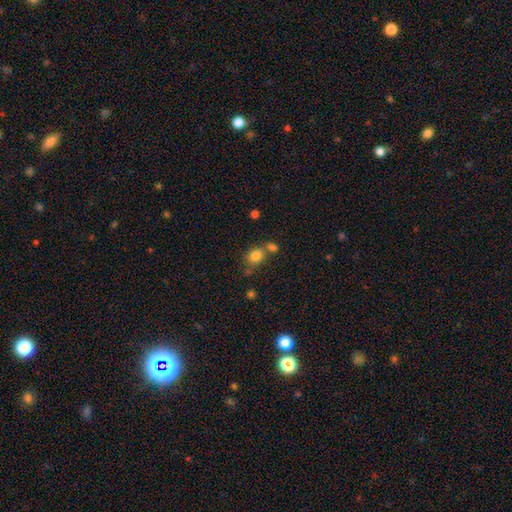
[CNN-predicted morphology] This appears to be a smooth galaxy with no disk features (81%) that is round (54%). Merging: none (51%).